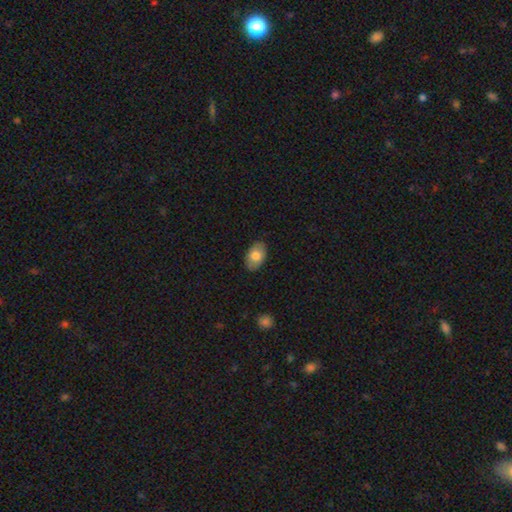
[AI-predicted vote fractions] Smooth or featured: smooth — 78% (featured or disk — 15%)
How rounded: in between — 91% (round — 8%)
Merging: none — 86% (minor disturbance — 11%)